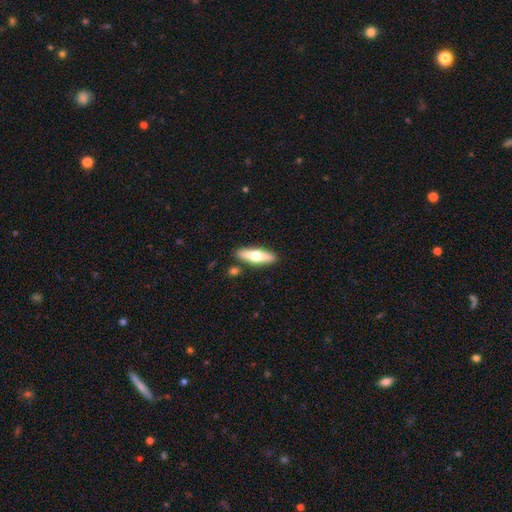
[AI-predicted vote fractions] Smooth or featured: smooth — 53% (featured or disk — 42%)
How rounded: cigar-shaped — 58% (in between — 39%)
Merging: none — 87% (minor disturbance — 8%)